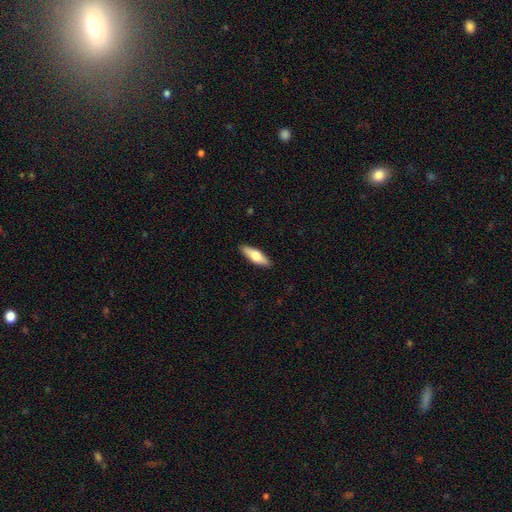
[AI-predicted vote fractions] A smooth galaxy with no disk features (65%) that is in between round and cigar-shaped (53%). Merging: none (89%).